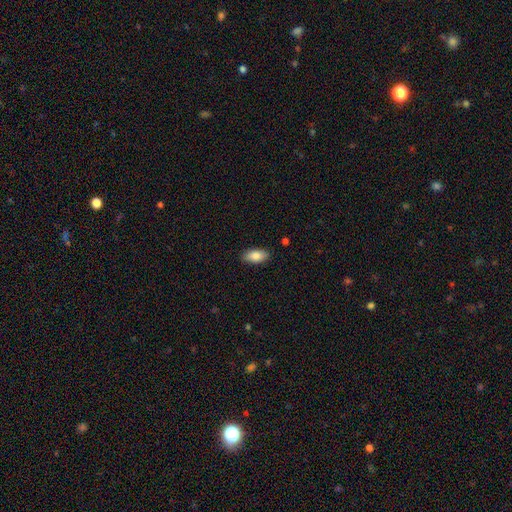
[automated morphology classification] type=smooth (86%); roundness=in between (91%); merging=none (88%).